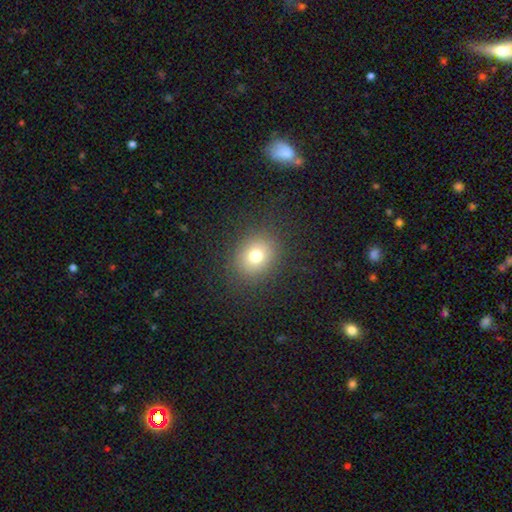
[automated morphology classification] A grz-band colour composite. It shows a smooth galaxy with no disk features (74%) that is round (69%). Merging: none (86%).